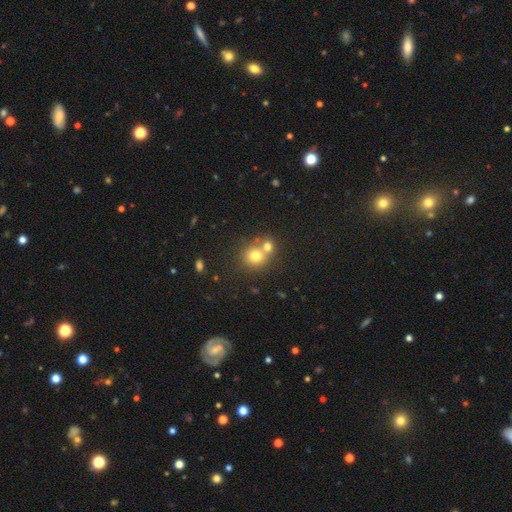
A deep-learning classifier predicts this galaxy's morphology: Smooth or featured: smooth — 73% (featured or disk — 14%)
How rounded: round — 82% (in between — 17%)
Merging: merger — 47% (none — 43%)